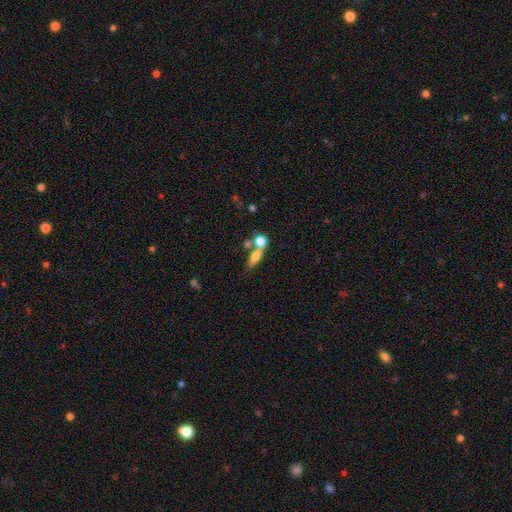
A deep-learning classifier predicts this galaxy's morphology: This appears to be a smooth galaxy with no disk features (70%) that is in between round and cigar-shaped (53%). Merging: merger (48%).